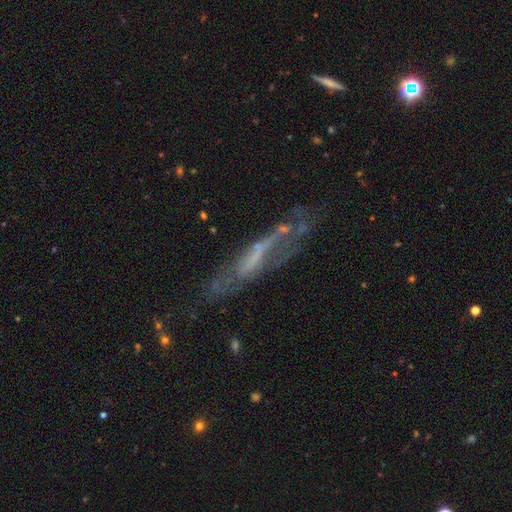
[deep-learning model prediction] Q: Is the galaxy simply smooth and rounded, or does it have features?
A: featured or disk — 66%.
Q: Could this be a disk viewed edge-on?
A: no — 55%.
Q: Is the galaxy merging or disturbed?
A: none — 50%.